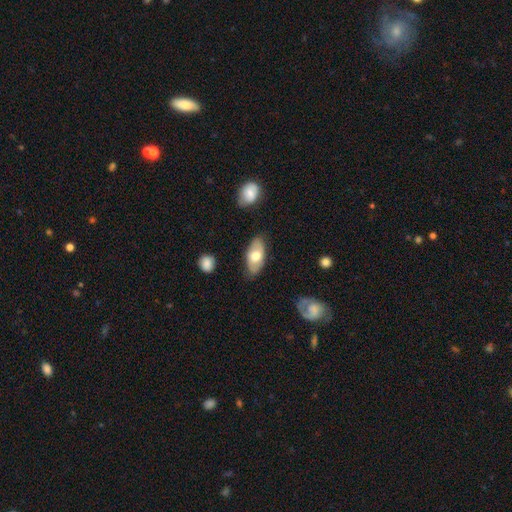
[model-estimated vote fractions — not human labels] Smooth or featured? smooth (65%)
How rounded? in between (91%)
Merging? none (81%)